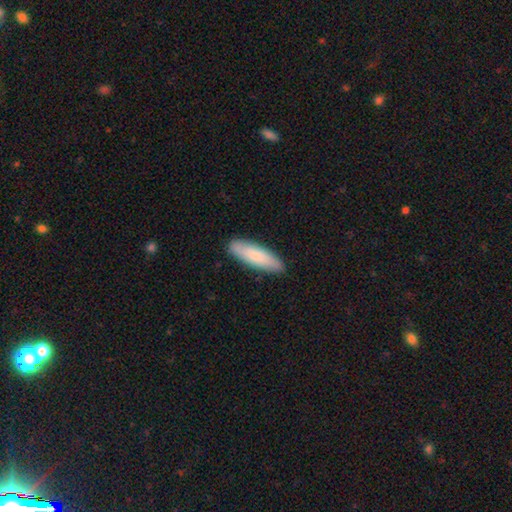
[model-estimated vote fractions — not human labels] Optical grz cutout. It shows a smooth galaxy with no disk features (79%) that is cigar-shaped (59%). Merging: none (88%).